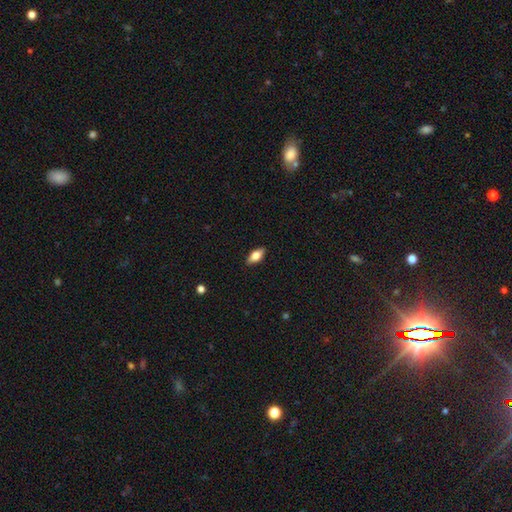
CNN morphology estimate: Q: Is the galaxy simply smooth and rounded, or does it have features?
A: smooth — 68%.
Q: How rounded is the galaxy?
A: in between — 83%.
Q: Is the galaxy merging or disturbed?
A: none — 88%.